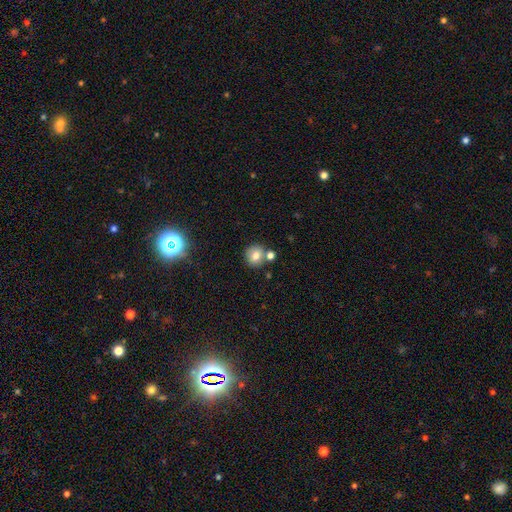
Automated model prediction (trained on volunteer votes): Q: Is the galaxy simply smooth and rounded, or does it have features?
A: smooth — 77%.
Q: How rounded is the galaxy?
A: round — 84%.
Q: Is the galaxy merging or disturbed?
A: none — 66%.